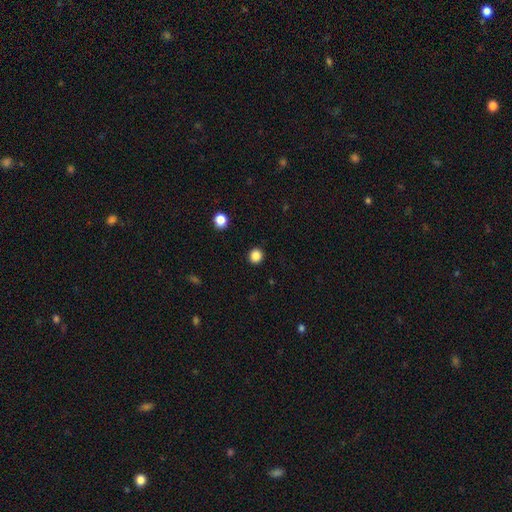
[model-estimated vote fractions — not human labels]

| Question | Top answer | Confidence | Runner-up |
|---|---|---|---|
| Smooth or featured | smooth | 86% | star or artifact (11%) |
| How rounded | round | 90% | in between (9%) |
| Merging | none | 92% | minor disturbance (5%) |